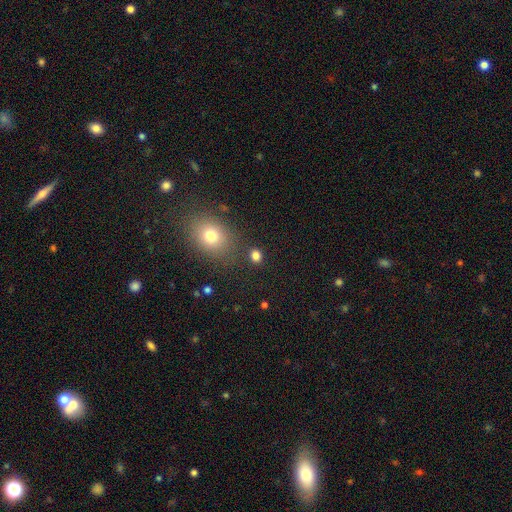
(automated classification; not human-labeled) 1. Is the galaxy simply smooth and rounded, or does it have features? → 81% smooth, 15% star or artifact, 5% featured or disk.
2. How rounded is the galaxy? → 69% round, 30% in between, 1% cigar-shaped.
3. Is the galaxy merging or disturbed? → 83% none, 8% minor disturbance, 5% merger, 3% major disturbance.